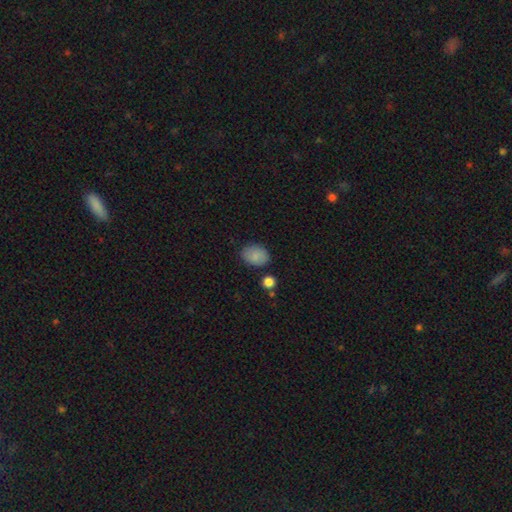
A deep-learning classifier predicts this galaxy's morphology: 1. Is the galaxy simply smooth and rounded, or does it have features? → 86% smooth, 8% star or artifact, 6% featured or disk.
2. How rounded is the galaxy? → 67% in between, 32% round, 1% cigar-shaped.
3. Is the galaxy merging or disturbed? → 79% none, 14% minor disturbance, 3% merger, 3% major disturbance.